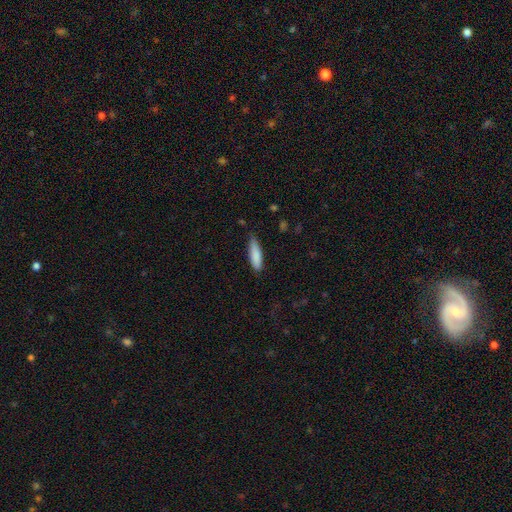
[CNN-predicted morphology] Smooth or featured? Predicted: smooth (p=0.86). How rounded? Predicted: cigar-shaped (p=0.62). Merging? Predicted: none (p=0.69).